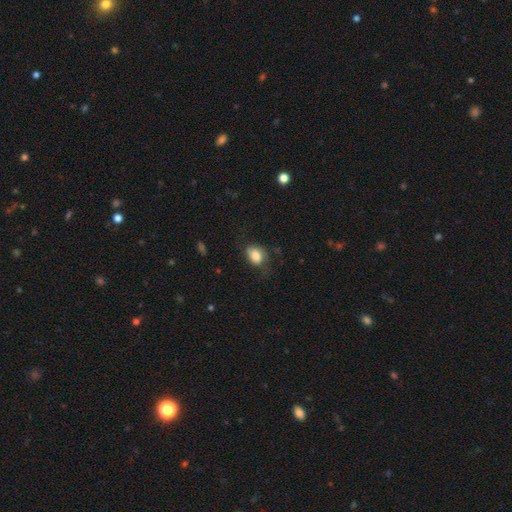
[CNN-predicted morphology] smooth_or_featured: smooth (p=0.76) [alt: featured or disk p=0.16]
how_rounded: in between (p=0.75) [alt: round p=0.24]
merging: none (p=0.56) [alt: minor disturbance p=0.28]